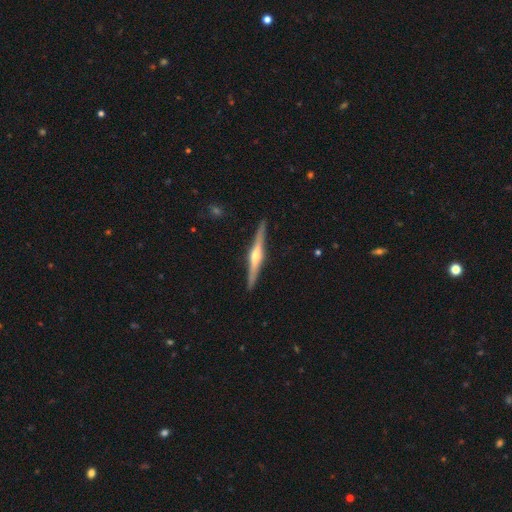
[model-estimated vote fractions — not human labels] featured or disk 77%, smooth 18%, star or artifact 5%. Down the decision tree: edge-on disk — yes (98%); edge-on bulge — rounded (88%); merging — none (91%).